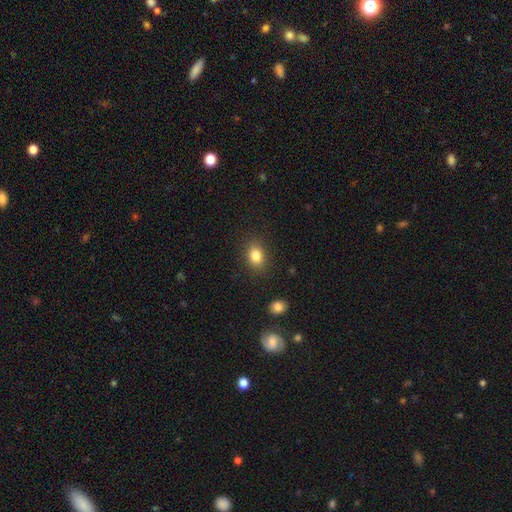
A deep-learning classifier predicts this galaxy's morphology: smooth-or-featured: smooth: 83% | star or artifact: 10% | featured or disk: 7%
  how-rounded: in between: 66% | round: 33% | cigar-shaped: 1%
  merging: none: 85% | minor disturbance: 10% | major disturbance: 3% | merger: 1%